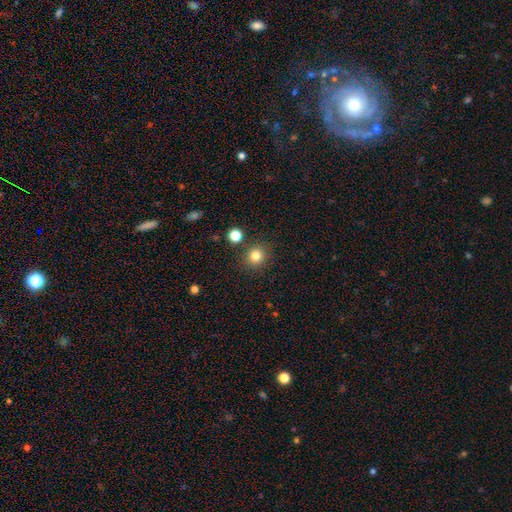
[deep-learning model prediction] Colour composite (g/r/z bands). It shows a smooth galaxy with no disk features (81%) that is round (90%). Merging: none (86%).